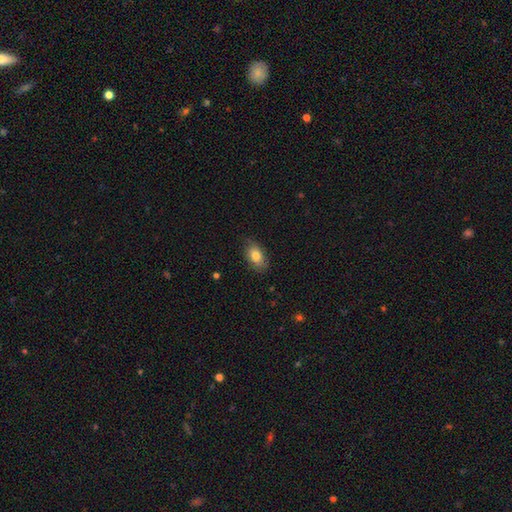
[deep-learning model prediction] Smooth or featured?
  - smooth: 79% *
  - featured or disk: 14%
  - star or artifact: 7%
How rounded?
  - in between: 90% *
  - round: 8%
  - cigar-shaped: 3%
Merging?
  - none: 79% *
  - minor disturbance: 17%
  - major disturbance: 3%
  - merger: 1%